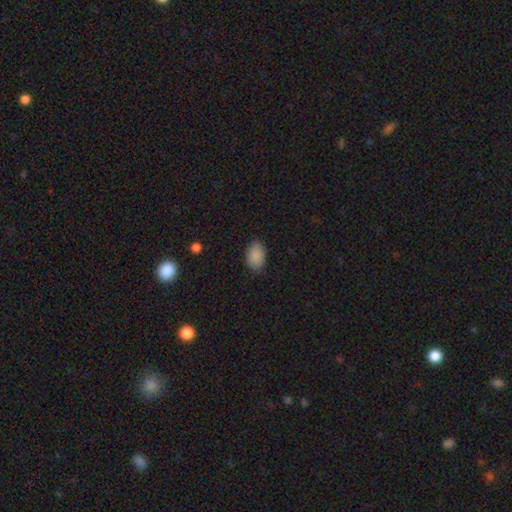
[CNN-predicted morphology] Overall: smooth (89%). How rounded: in between (90%). Merging: none (81%).